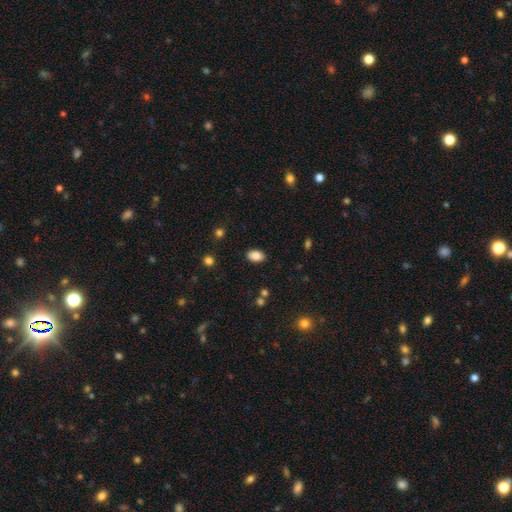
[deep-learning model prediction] This appears to be a smooth galaxy with no disk features (85%) that is in between round and cigar-shaped (90%). Merging: none (87%).